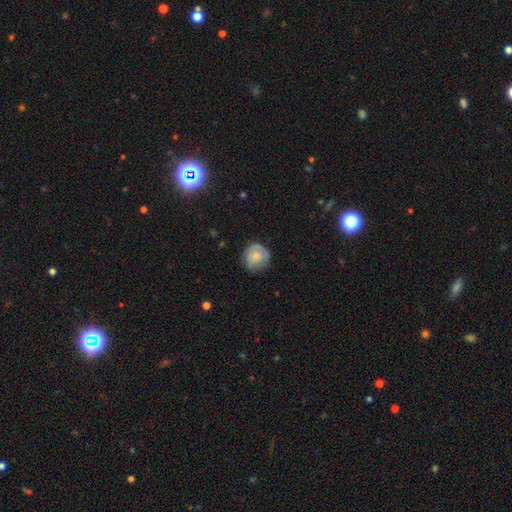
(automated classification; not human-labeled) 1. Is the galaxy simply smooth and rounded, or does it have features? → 64% smooth, 28% featured or disk, 8% star or artifact.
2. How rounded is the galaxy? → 86% round, 13% in between, 1% cigar-shaped.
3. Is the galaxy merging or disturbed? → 62% none, 26% minor disturbance, 9% major disturbance, 3% merger.